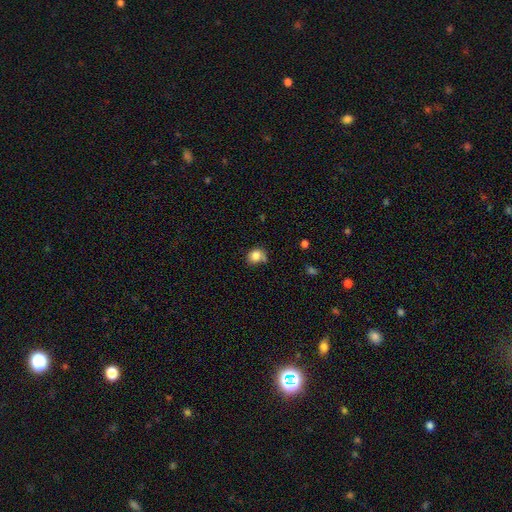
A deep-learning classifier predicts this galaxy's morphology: This appears to be a smooth galaxy with no disk features (81%) that is round (63%). Merging: none (53%).